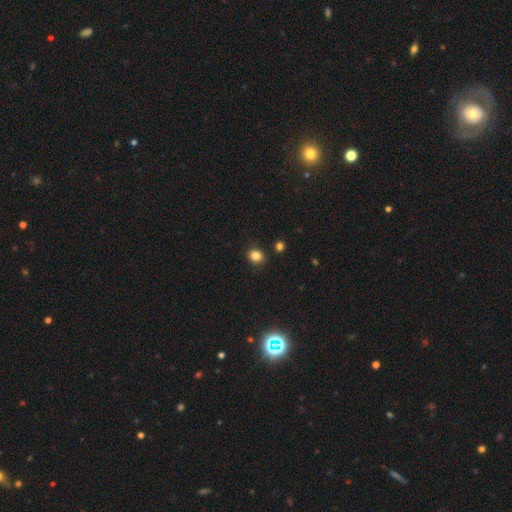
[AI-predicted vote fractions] A smooth galaxy with no disk features (83%) that is round (71%).

Vote fractions:
- Smooth or featured? smooth: 83% / star or artifact: 12% / featured or disk: 5%
- How rounded? round: 71% / in between: 28% / cigar-shaped: 1%
- Merging? none: 87% / minor disturbance: 8% / merger: 2% / major disturbance: 2%